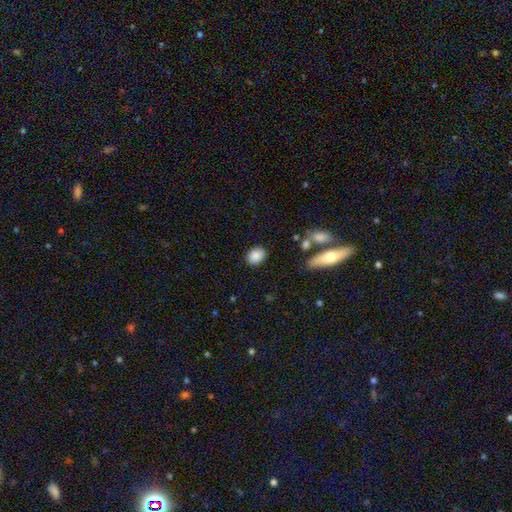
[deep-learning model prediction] Smooth or featured: smooth — 87% (star or artifact — 8%)
How rounded: in between — 57% (round — 42%)
Merging: none — 85% (minor disturbance — 9%)